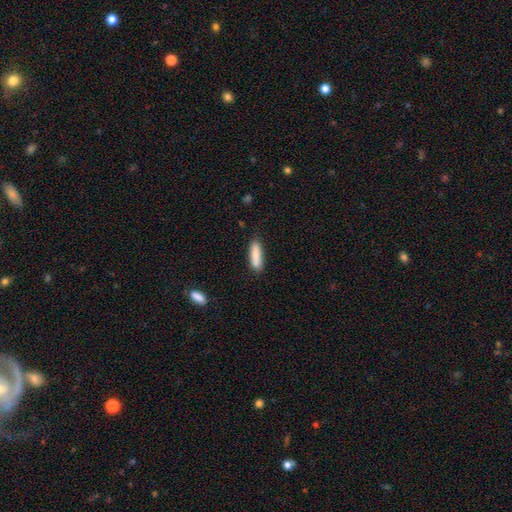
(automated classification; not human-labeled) smooth_or_featured: smooth (p=0.86) [alt: featured or disk p=0.08]
how_rounded: cigar-shaped (p=0.66) [alt: in between p=0.33]
merging: none (p=0.82) [alt: minor disturbance p=0.13]